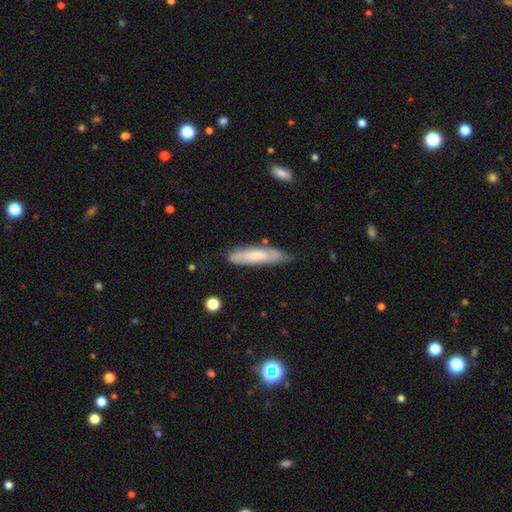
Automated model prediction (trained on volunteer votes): Q: Smooth or featured?
A: smooth (58%); runner-up: featured or disk (36%)
Q: How rounded?
A: cigar-shaped (75%); runner-up: in between (24%)
Q: Merging?
A: none (65%); runner-up: minor disturbance (26%)